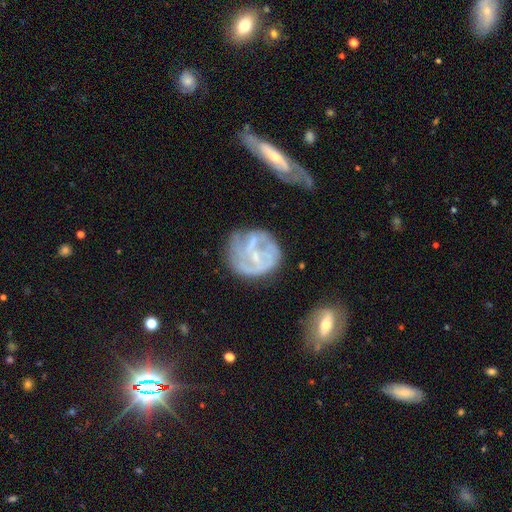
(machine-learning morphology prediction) Smooth or featured: featured or disk — 72% (smooth — 20%)
Edge-on disk: no — 97% (yes — 3%)
Bar: no — 54% (weak — 35%)
Spiral arms: yes — 66% (no — 34%)
Bulge size: small — 53% (none — 29%)
Merging: none — 48% (minor disturbance — 23%)